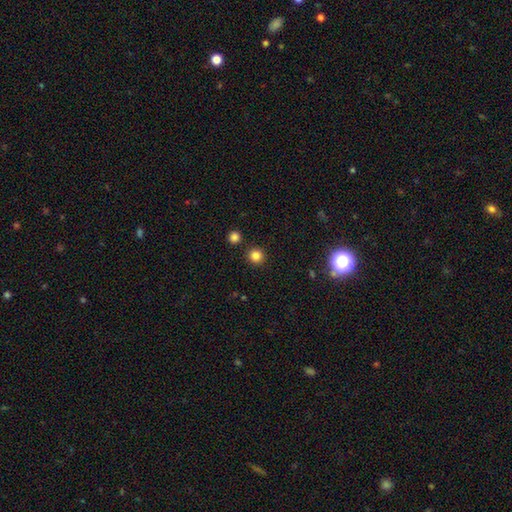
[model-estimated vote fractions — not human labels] smooth 83%, star or artifact 13%, featured or disk 4%. Down the decision tree: how rounded — round (94%); merging — none (89%).